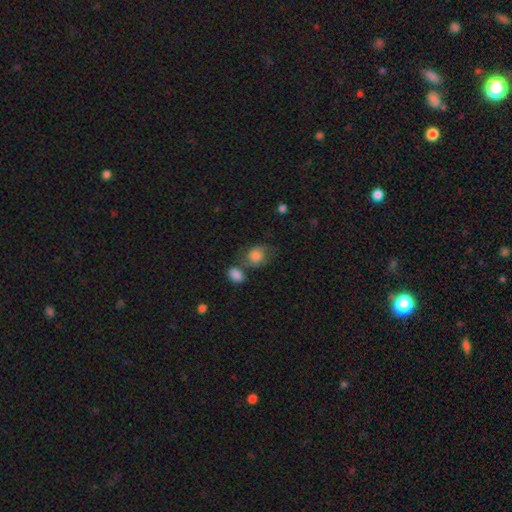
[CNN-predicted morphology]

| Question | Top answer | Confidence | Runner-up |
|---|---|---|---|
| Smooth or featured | smooth | 77% | featured or disk (15%) |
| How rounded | round | 65% | in between (34%) |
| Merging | none | 42% | merger (25%) |